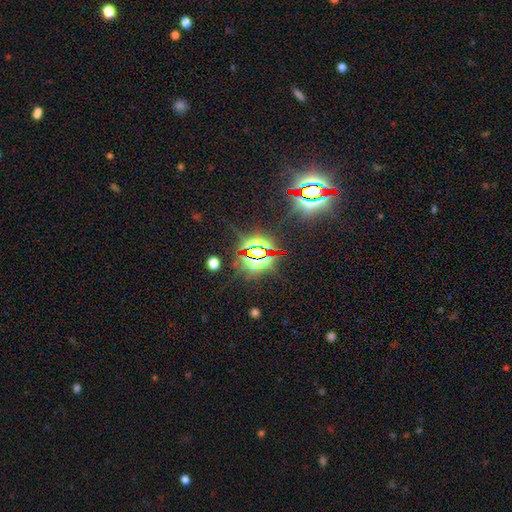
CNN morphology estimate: A star or artifact, not a galaxy (85%).